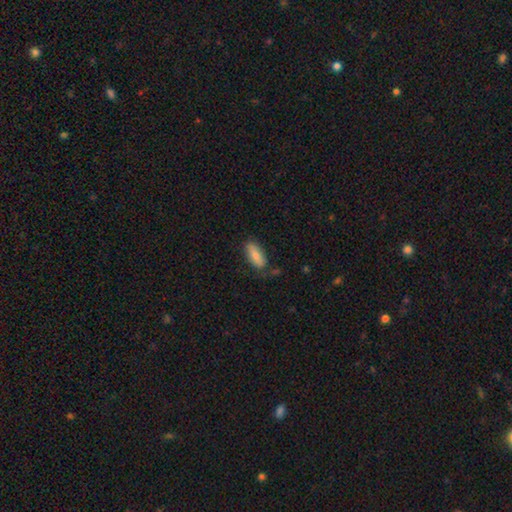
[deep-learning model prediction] Q: Smooth or featured?
A: smooth (81%); runner-up: featured or disk (13%)
Q: How rounded?
A: in between (83%); runner-up: cigar-shaped (15%)
Q: Merging?
A: none (70%); runner-up: minor disturbance (22%)